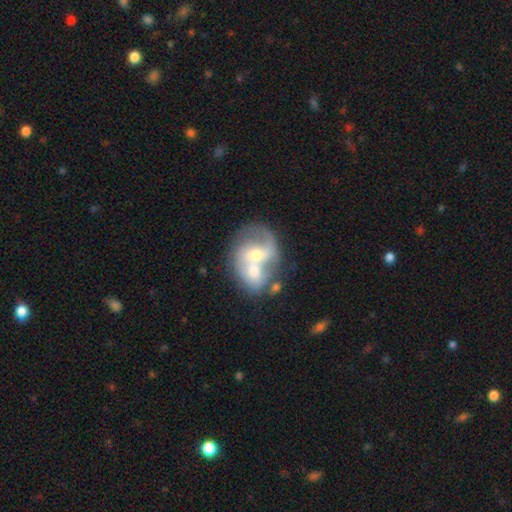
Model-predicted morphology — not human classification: This appears to be a featured or disk galaxy (63%) with no bar (58%), spiral arms (62%) and a moderate central bulge (62%). Merging: merger (71%).